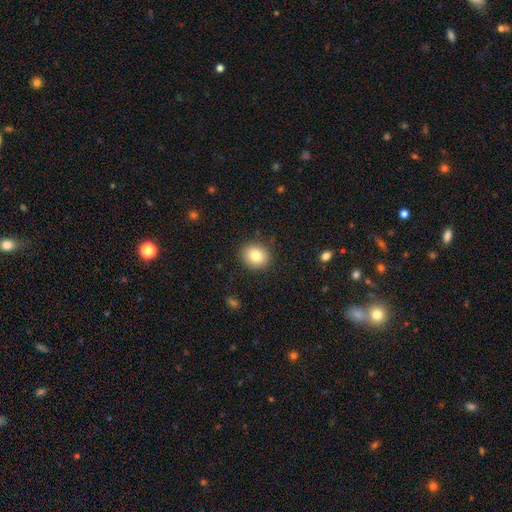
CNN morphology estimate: Smooth or featured?
  - smooth: 82% *
  - star or artifact: 9%
  - featured or disk: 9%
How rounded?
  - round: 73% *
  - in between: 26%
  - cigar-shaped: 1%
Merging?
  - none: 88% *
  - minor disturbance: 8%
  - major disturbance: 2%
  - merger: 1%